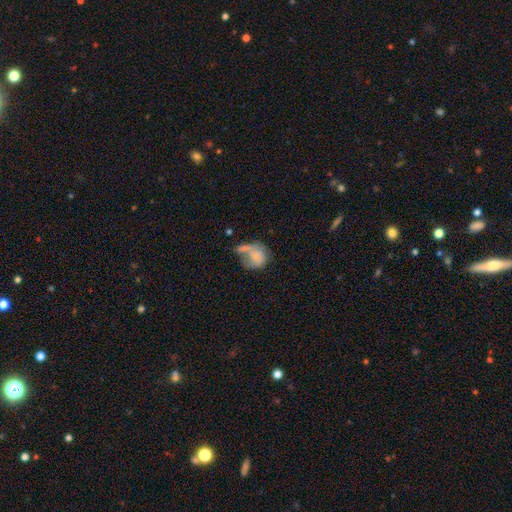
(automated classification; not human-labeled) A smooth galaxy with no disk features (65%) that is round (58%).

Vote fractions:
- Smooth or featured? smooth: 65% / featured or disk: 26% / star or artifact: 9%
- How rounded? round: 58% / in between: 41% / cigar-shaped: 2%
- Merging? merger: 31% / major disturbance: 25% / none: 25% / minor disturbance: 19%